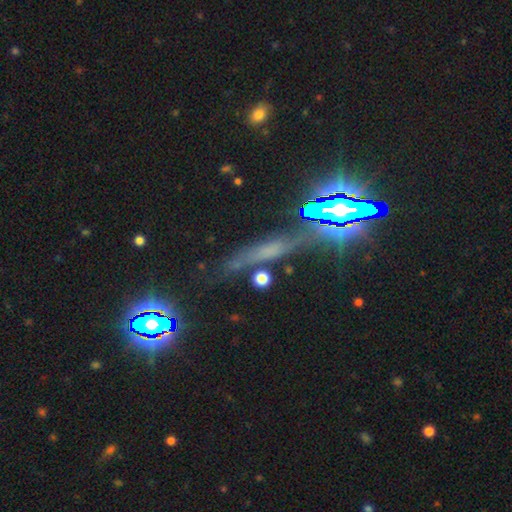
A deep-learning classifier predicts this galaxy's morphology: A smooth galaxy with no disk features (35%).

Vote fractions:
- Smooth or featured? smooth: 35% / featured or disk: 33% / star or artifact: 31%
- Merging? none: 70% / minor disturbance: 18% / major disturbance: 7% / merger: 5%